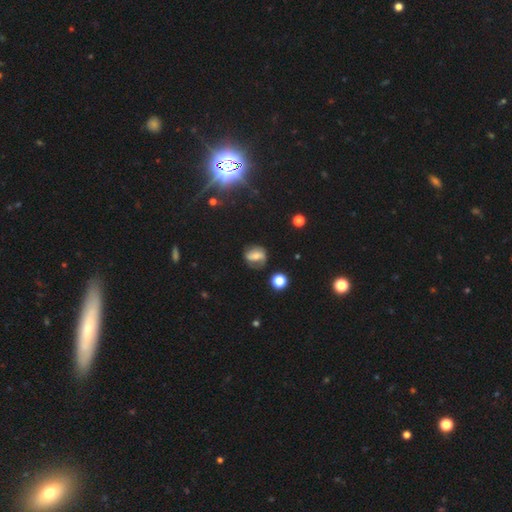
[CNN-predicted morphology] A featured or disk galaxy (50%). Merging: none (64%).